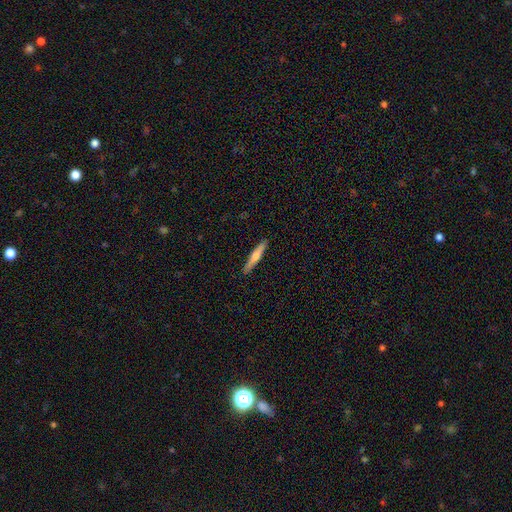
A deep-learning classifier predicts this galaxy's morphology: The model was most divided on "smooth or featured": smooth: 50%, featured or disk: 45%, star or artifact: 6%. More confident: merging — none (91%).